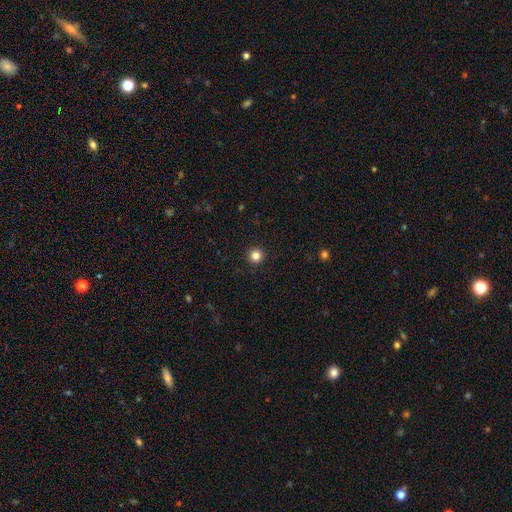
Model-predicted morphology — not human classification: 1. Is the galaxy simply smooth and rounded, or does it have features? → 83% smooth, 13% star or artifact, 5% featured or disk.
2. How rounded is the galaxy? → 96% round, 3% in between, 1% cigar-shaped.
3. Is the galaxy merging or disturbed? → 93% none, 4% minor disturbance, 2% major disturbance, 1% merger.